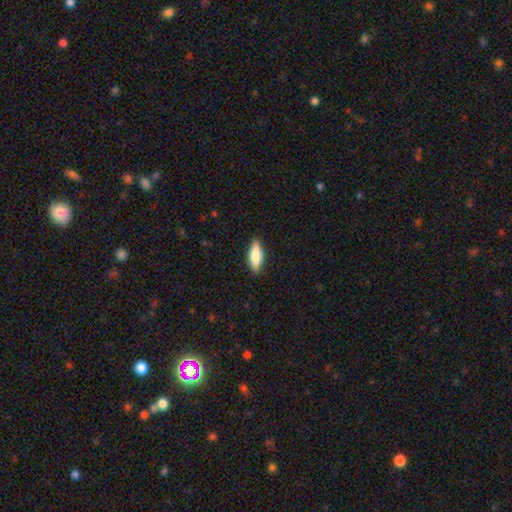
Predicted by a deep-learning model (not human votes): A smooth galaxy with no disk features (70%) that is in between round and cigar-shaped (64%). Merging: none (88%).